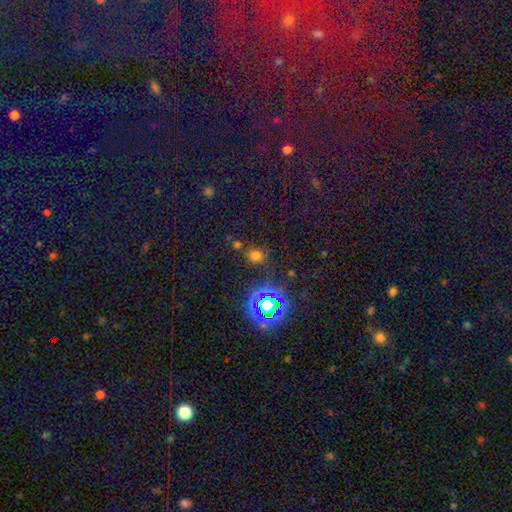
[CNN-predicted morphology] A smooth galaxy with no disk features (58%) that is round (78%). Merging: none (76%).